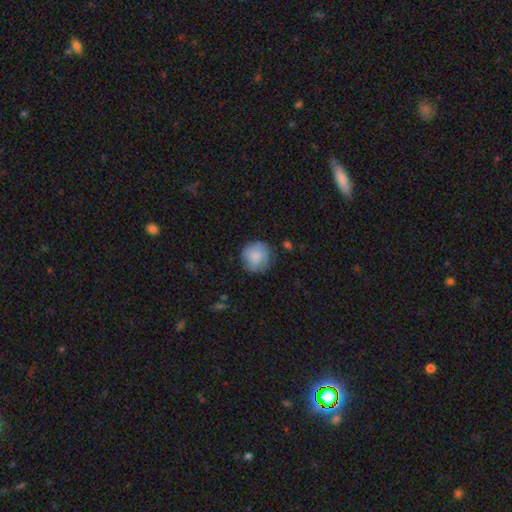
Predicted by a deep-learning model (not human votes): This appears to be a smooth galaxy with no disk features (77%) that is round (91%). Merging: none (76%).